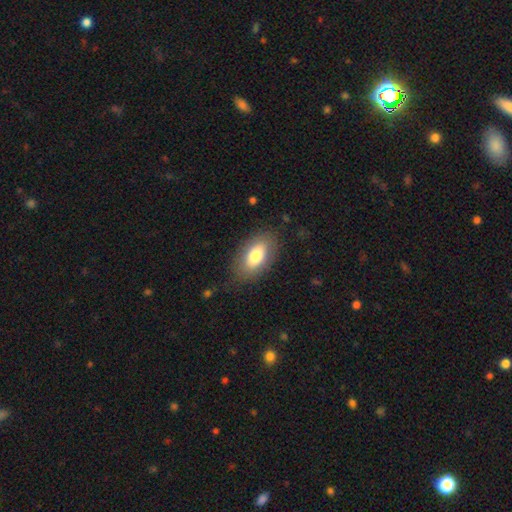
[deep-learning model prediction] smooth-or-featured: smooth: 75% | featured or disk: 18% | star or artifact: 7%
  how-rounded: in between: 92% | round: 6% | cigar-shaped: 3%
  merging: none: 80% | minor disturbance: 14% | major disturbance: 5% | merger: 1%